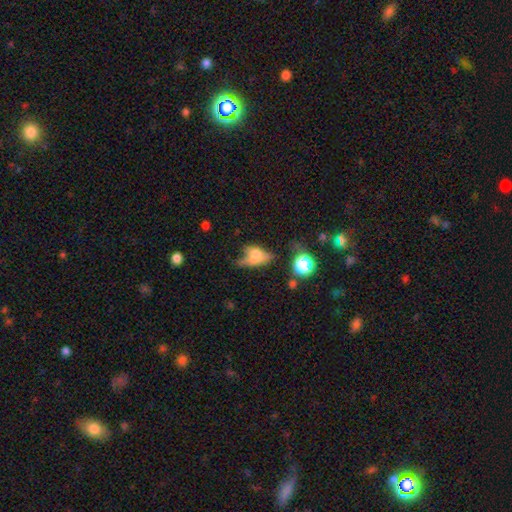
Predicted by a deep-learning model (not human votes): Smooth or featured: smooth — 52% (featured or disk — 33%)
How rounded: in between — 65% (round — 17%)
Merging: none — 34% (major disturbance — 25%)